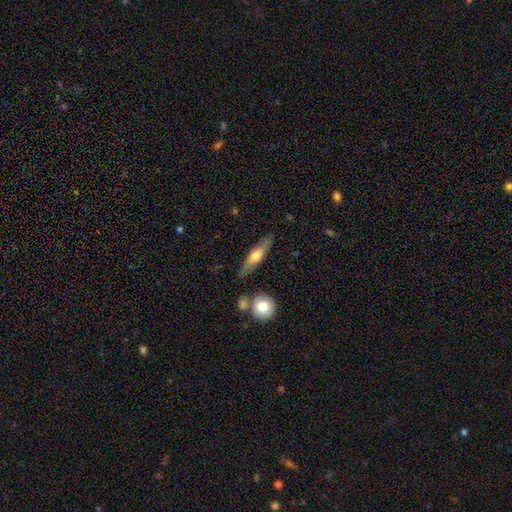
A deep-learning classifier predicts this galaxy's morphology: This is possibly a featured or disk galaxy (53%). It is clearly viewed edge-on (88%). Merging: clearly none (83%).